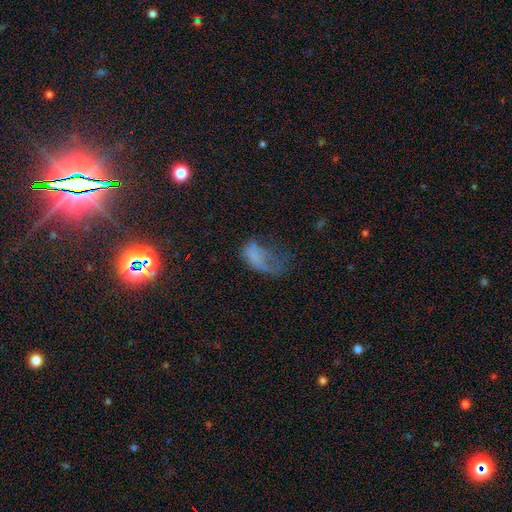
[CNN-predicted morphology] A smooth galaxy with no disk features (52%) that is in between round and cigar-shaped (87%).

Vote fractions:
- Smooth or featured? smooth: 52% / featured or disk: 31% / star or artifact: 17%
- How rounded? in between: 87% / round: 9% / cigar-shaped: 4%
- Merging? major disturbance: 58% / none: 19% / minor disturbance: 19% / merger: 5%